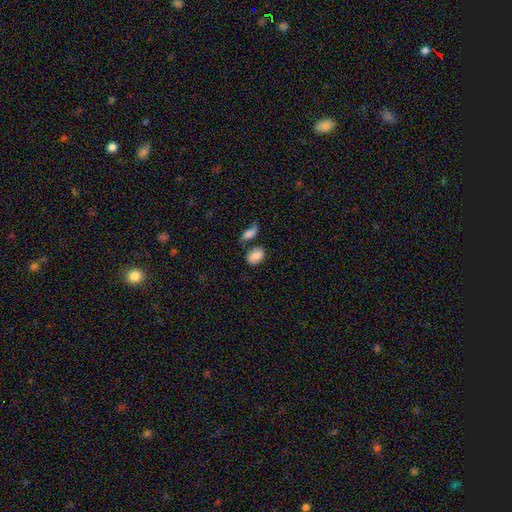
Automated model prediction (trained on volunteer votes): smooth_or_featured: smooth (p=0.82) [alt: featured or disk p=0.09]
how_rounded: in between (p=0.84) [alt: round p=0.14]
merging: none (p=0.52) [alt: merger p=0.25]